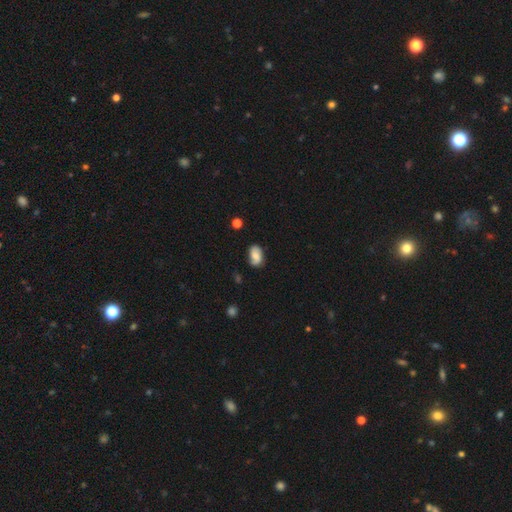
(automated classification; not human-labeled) The model was most divided on "smooth or featured": smooth: 59%, featured or disk: 32%, star or artifact: 9%. More confident: how rounded — in between (88%); merging — none (70%).